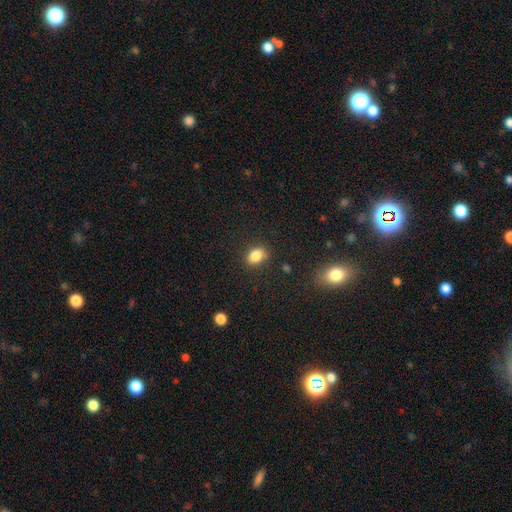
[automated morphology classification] smooth_or_featured: smooth (p=0.84) [alt: star or artifact p=0.10]
how_rounded: in between (p=0.72) [alt: round p=0.26]
merging: none (p=0.77) [alt: minor disturbance p=0.16]